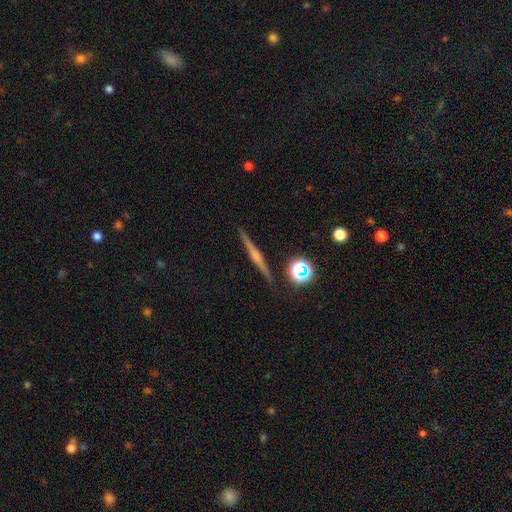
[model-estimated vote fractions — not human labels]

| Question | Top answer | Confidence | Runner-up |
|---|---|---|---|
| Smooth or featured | featured or disk | 66% | smooth (24%) |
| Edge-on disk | yes | 98% | no (2%) |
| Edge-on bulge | rounded | 62% | none (23%) |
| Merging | none | 90% | minor disturbance (7%) |